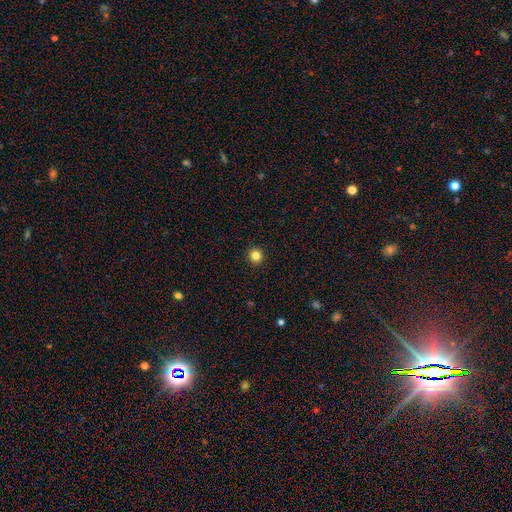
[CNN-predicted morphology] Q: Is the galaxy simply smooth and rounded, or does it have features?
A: smooth — 83%.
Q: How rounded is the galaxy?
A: round — 94%.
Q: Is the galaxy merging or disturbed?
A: none — 93%.